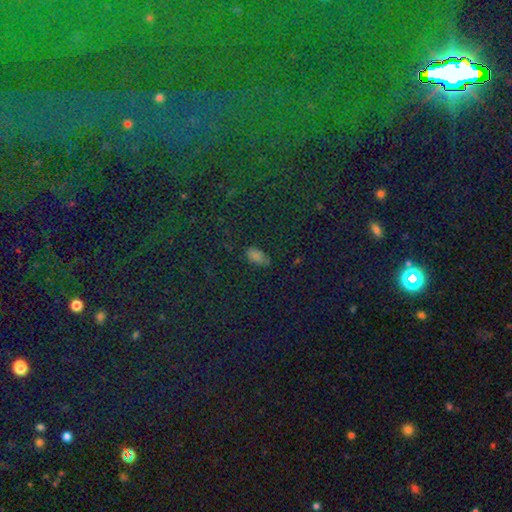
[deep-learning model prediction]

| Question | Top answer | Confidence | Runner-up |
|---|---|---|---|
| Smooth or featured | smooth | 63% | star or artifact (30%) |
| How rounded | in between | 90% | cigar-shaped (5%) |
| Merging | none | 78% | minor disturbance (15%) |